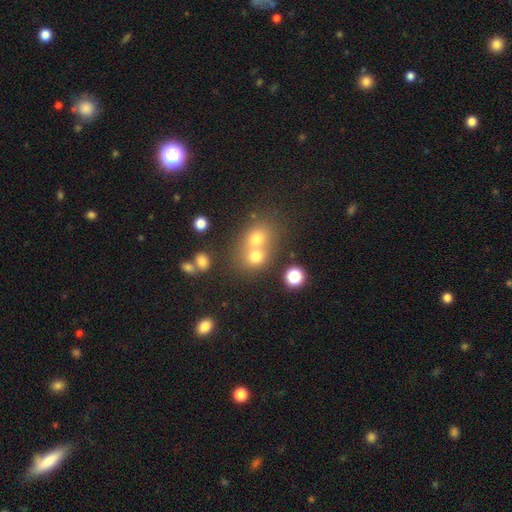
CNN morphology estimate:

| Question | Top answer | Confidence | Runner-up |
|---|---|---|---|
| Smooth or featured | smooth | 71% | star or artifact (17%) |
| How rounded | round | 73% | in between (26%) |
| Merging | merger | 55% | none (36%) |